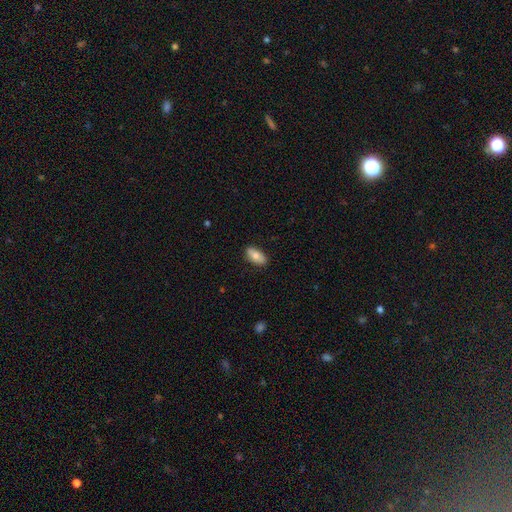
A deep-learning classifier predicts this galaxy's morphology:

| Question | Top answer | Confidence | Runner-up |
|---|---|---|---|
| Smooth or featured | smooth | 75% | featured or disk (19%) |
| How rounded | in between | 92% | cigar-shaped (5%) |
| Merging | none | 86% | minor disturbance (11%) |